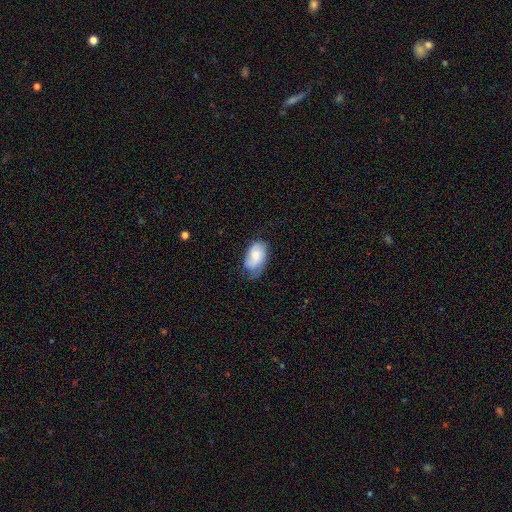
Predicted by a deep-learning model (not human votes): This appears to be a smooth galaxy with no disk features (65%) that is in between round and cigar-shaped (92%). Merging: none (43%).